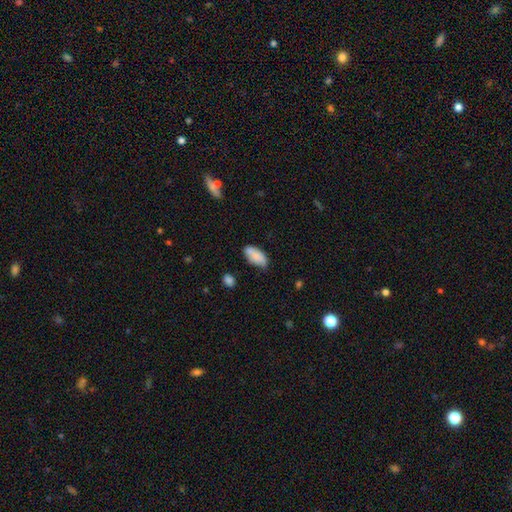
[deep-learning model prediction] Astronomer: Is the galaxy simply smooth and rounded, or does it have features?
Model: smooth — 79%.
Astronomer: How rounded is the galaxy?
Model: in between — 89%.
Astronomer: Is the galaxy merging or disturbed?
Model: none — 54%.